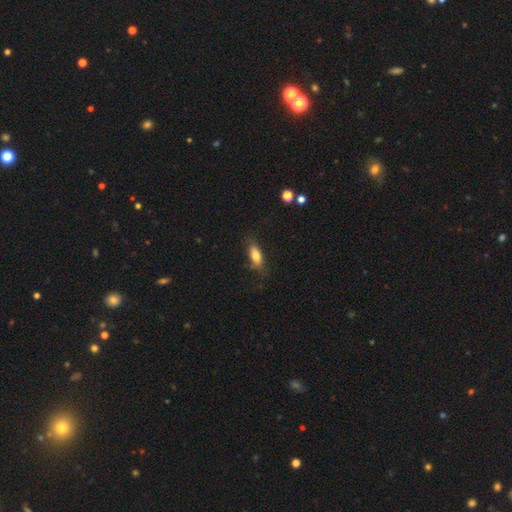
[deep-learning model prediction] Q: Smooth or featured?
A: smooth (75%); runner-up: featured or disk (17%)
Q: How rounded?
A: in between (78%); runner-up: cigar-shaped (18%)
Q: Merging?
A: none (74%); runner-up: minor disturbance (19%)